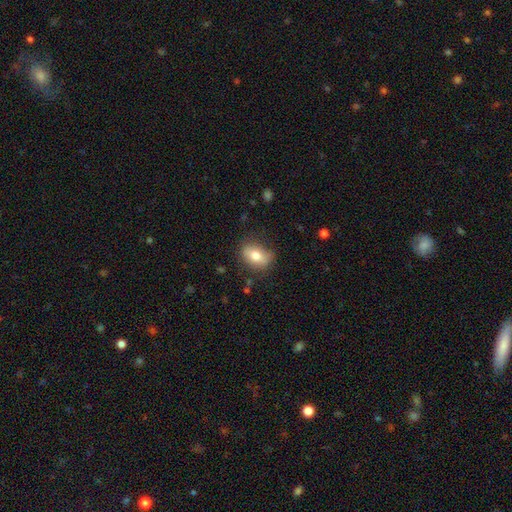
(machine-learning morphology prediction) The model was most divided on "merging": none: 74%, minor disturbance: 19%, major disturbance: 5%, merger: 2%. More confident: how rounded — in between (78%); smooth or featured — smooth (74%).